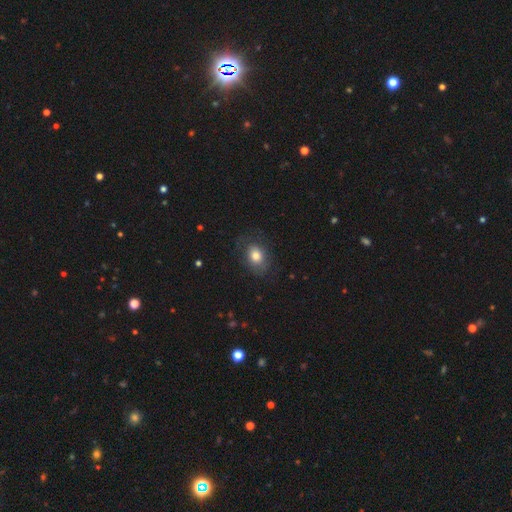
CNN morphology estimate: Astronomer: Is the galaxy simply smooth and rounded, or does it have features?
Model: smooth — 75%.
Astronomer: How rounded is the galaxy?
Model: in between — 65%.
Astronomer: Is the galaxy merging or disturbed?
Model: none — 70%.